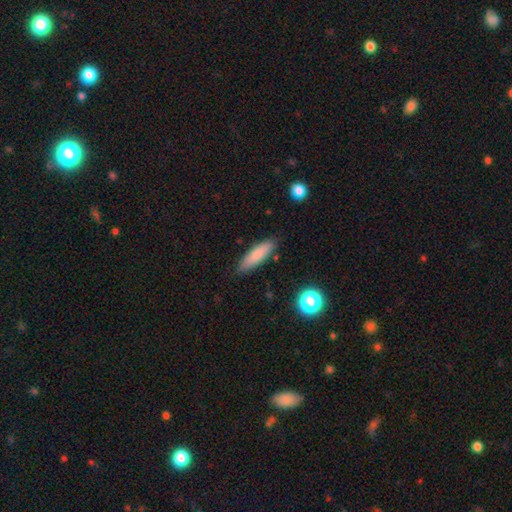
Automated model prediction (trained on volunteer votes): Overall: smooth (82%). How rounded: cigar-shaped (58%; in between 40%). Merging: none (85%).